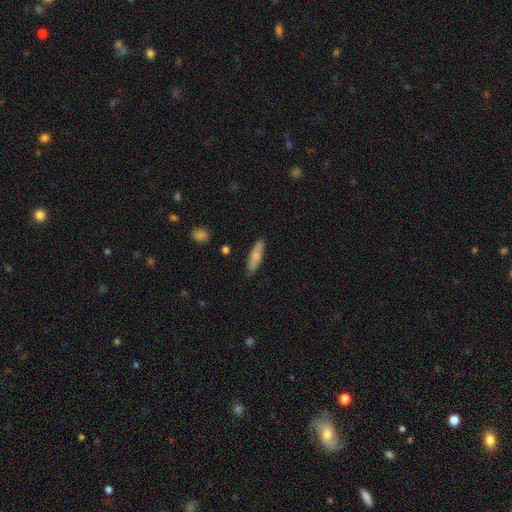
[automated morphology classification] Smooth or featured?
  - smooth: 71% *
  - featured or disk: 23%
  - star or artifact: 6%
How rounded?
  - cigar-shaped: 66% *
  - in between: 32%
  - round: 2%
Merging?
  - none: 82% *
  - minor disturbance: 14%
  - major disturbance: 2%
  - merger: 2%